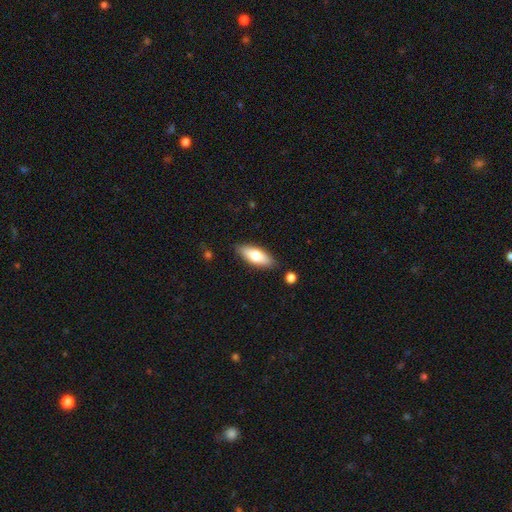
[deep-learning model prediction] smooth 73%, featured or disk 21%, star or artifact 6%. Down the decision tree: how rounded — in between (73%); merging — none (85%).